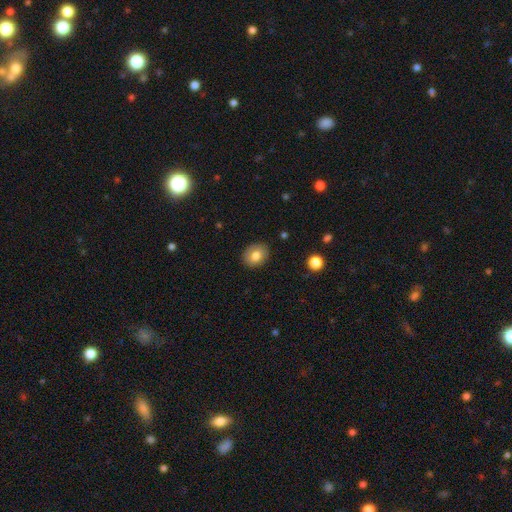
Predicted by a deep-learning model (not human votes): A smooth galaxy with no disk features (78%) that is round (57%). Merging: none (88%).